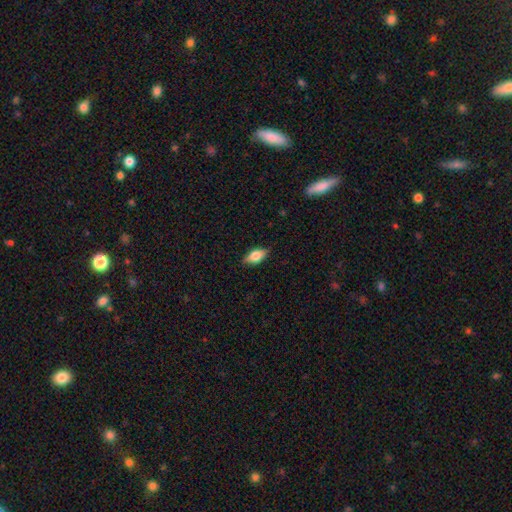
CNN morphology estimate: Smooth or featured? smooth (72%)
How rounded? in between (86%)
Merging? none (84%)